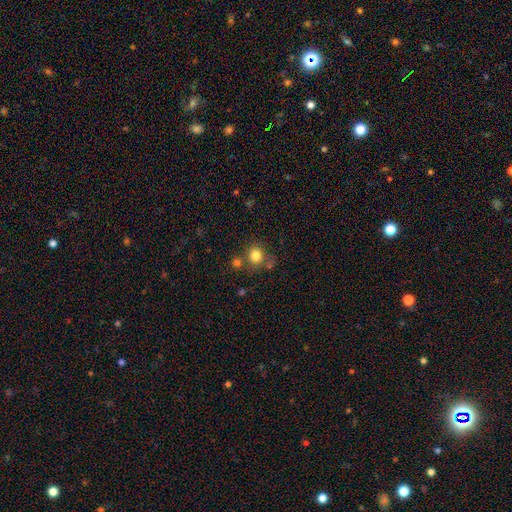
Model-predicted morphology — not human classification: Smooth or featured? smooth (81%)
How rounded? round (81%)
Merging? none (67%)